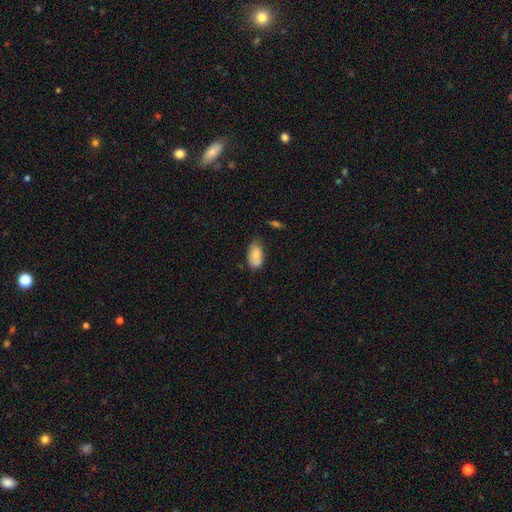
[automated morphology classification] This is likely a smooth galaxy (76%). How rounded: clearly in between (91%). Merging: possibly none (58%).